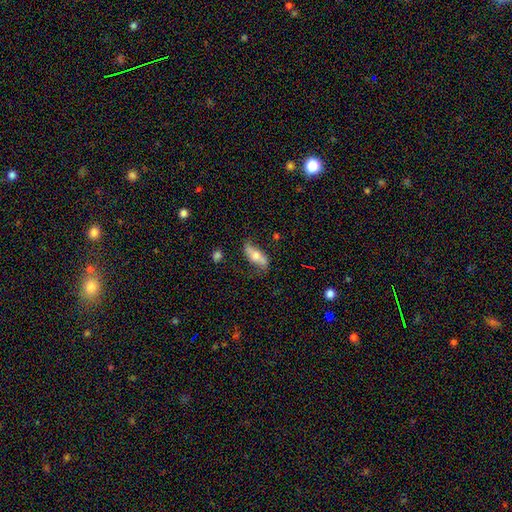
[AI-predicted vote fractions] Smooth or featured? Predicted: smooth (p=0.51). How rounded? Predicted: in between (p=0.68). Merging? Predicted: none (p=0.66).